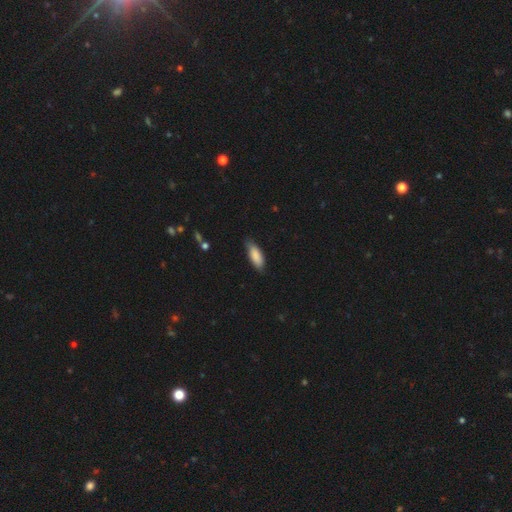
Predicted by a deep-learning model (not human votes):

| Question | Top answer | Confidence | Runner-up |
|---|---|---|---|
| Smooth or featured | smooth | 86% | featured or disk (8%) |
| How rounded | in between | 73% | cigar-shaped (25%) |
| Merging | none | 76% | minor disturbance (20%) |